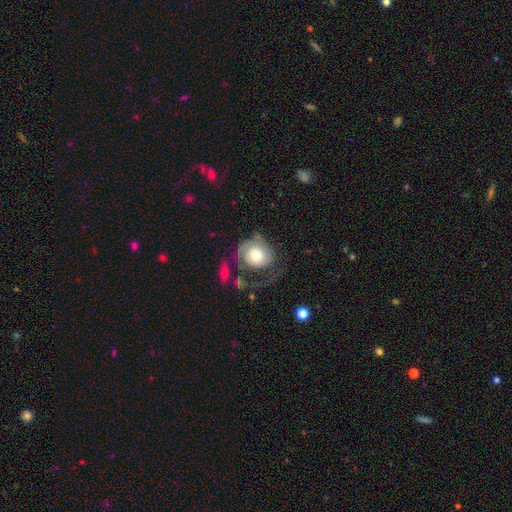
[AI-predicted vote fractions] Smooth or featured: smooth — 52% (featured or disk — 42%)
How rounded: round — 75% (in between — 24%)
Merging: major disturbance — 45% (none — 30%)